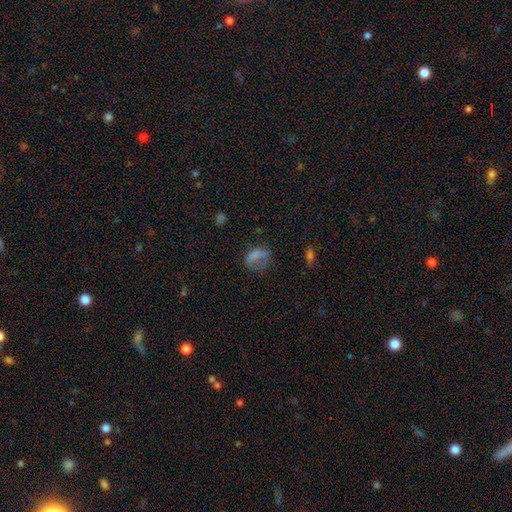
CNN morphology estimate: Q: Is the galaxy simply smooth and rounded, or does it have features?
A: smooth — 67%.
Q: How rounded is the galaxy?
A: in between — 62%.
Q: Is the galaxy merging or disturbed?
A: major disturbance — 36%.